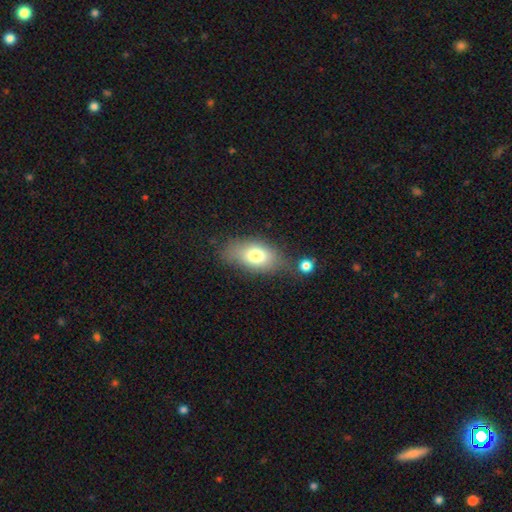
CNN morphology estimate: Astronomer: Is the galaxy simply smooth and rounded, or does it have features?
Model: smooth — 73%.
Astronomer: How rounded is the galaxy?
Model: in between — 84%.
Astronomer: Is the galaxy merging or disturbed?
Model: none — 61%.